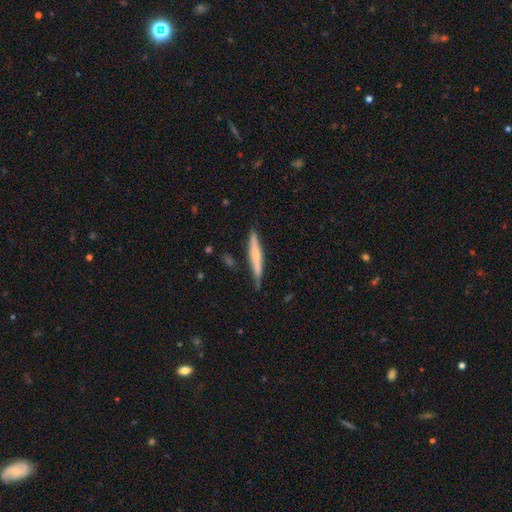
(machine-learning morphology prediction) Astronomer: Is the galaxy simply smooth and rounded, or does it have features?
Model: smooth — 55% (runner-up: featured or disk, 39%).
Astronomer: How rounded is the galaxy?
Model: cigar-shaped — 95%.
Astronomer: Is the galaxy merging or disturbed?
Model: none — 80%.